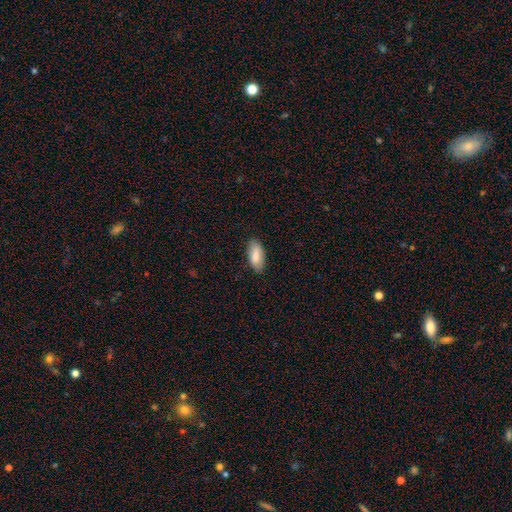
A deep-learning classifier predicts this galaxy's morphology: Q: Smooth or featured?
A: smooth (85%); runner-up: featured or disk (9%)
Q: How rounded?
A: in between (86%); runner-up: cigar-shaped (12%)
Q: Merging?
A: none (84%); runner-up: minor disturbance (13%)